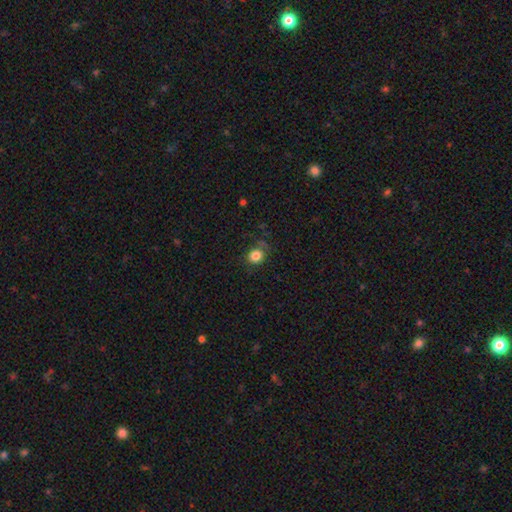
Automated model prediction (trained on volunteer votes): Smooth or featured?
  - smooth: 83% *
  - star or artifact: 12%
  - featured or disk: 5%
How rounded?
  - round: 80% *
  - in between: 19%
  - cigar-shaped: 1%
Merging?
  - none: 76% *
  - minor disturbance: 16%
  - major disturbance: 5%
  - merger: 3%